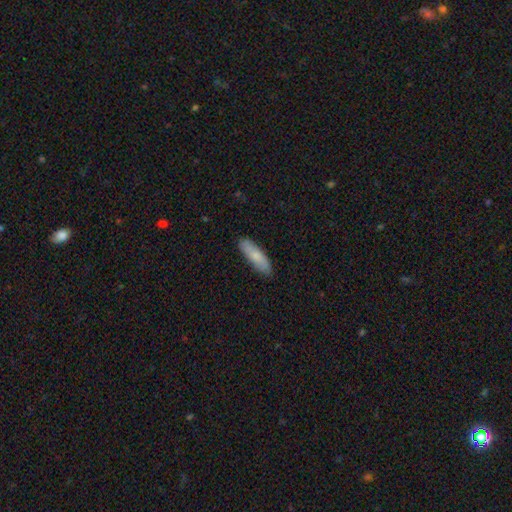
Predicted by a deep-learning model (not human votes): A smooth galaxy with no disk features (79%) that is cigar-shaped (60%). Merging: none (87%).